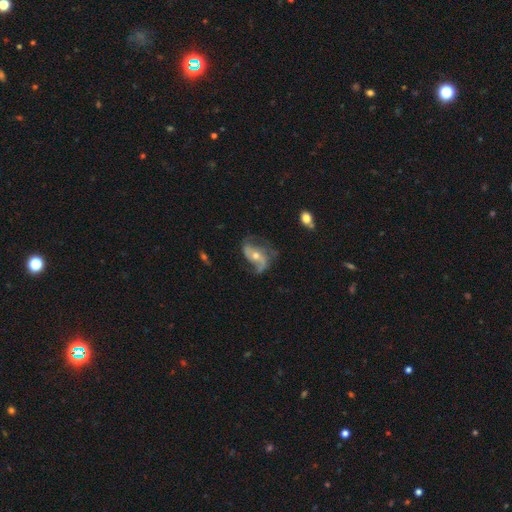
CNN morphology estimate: smooth-or-featured: featured or disk: 80% | smooth: 13% | star or artifact: 7%
  disk-edge-on: no: 96% | yes: 4%
    bar: no: 54% | weak: 30% | strong: 16%
    has-spiral-arms: yes: 92% | no: 8%
      spiral-winding: loose: 60% | medium: 30% | tight: 10%
      spiral-arm-count: 2: 76% | 1: 8% | can't tell: 7% | 3: 6% | 4: 2% | more than 4: 2%
    bulge-size: moderate: 53% | small: 43% | large: 2% | none: 1% | dominant: 1%
  merging: none: 51% | minor disturbance: 25% | major disturbance: 22% | merger: 2%